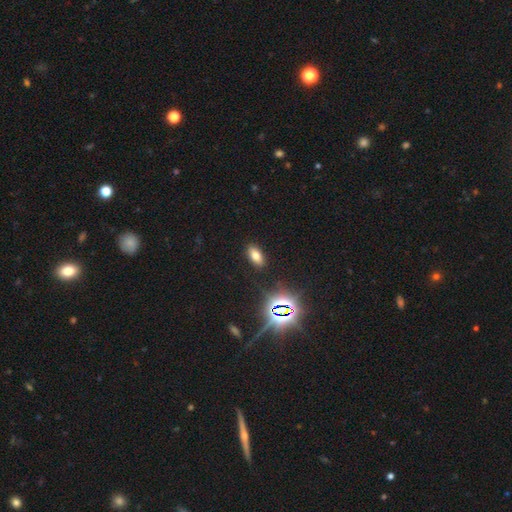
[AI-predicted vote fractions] The model was most divided on "smooth or featured": smooth: 68%, star or artifact: 22%, featured or disk: 9%. More confident: merging — none (88%); how rounded — in between (88%).